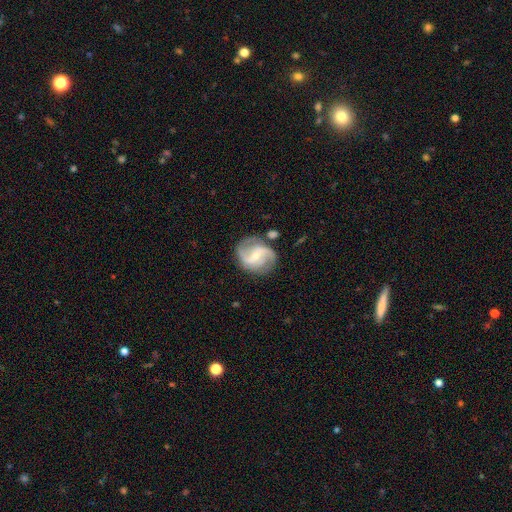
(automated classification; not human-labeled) Morphology: type=featured or disk (86%); edge-on=no (98%); bar=weak (45%); spiral arms=yes (96%); winding=medium (52%); arm count=2 (69%); bulge=small (58%); merging=none (71%).